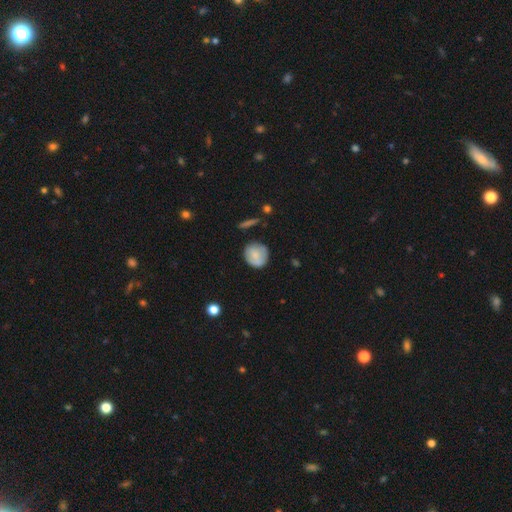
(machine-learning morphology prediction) Q: Smooth or featured?
A: smooth (78%); runner-up: featured or disk (14%)
Q: How rounded?
A: round (84%); runner-up: in between (15%)
Q: Merging?
A: none (74%); runner-up: minor disturbance (19%)